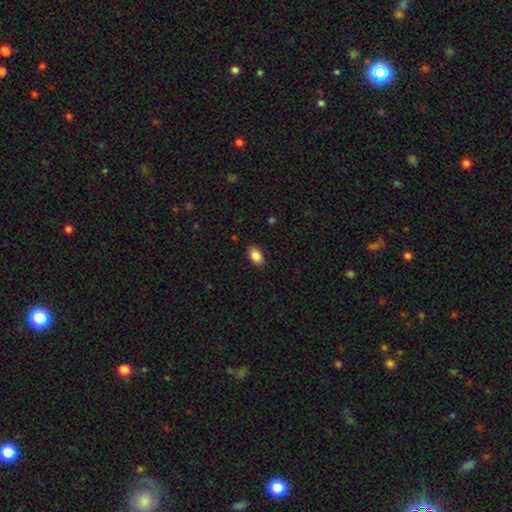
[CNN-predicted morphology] Smooth or featured: smooth — 87% (star or artifact — 8%)
How rounded: in between — 90% (round — 9%)
Merging: none — 88% (minor disturbance — 9%)